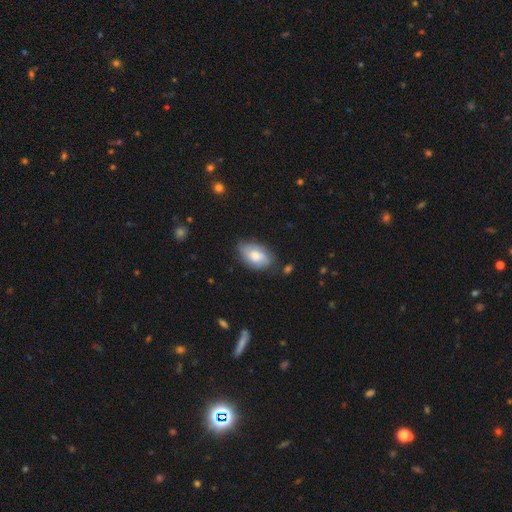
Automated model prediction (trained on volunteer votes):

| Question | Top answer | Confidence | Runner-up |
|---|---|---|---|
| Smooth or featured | smooth | 63% | featured or disk (30%) |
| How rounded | in between | 91% | round (7%) |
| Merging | none | 65% | minor disturbance (26%) |